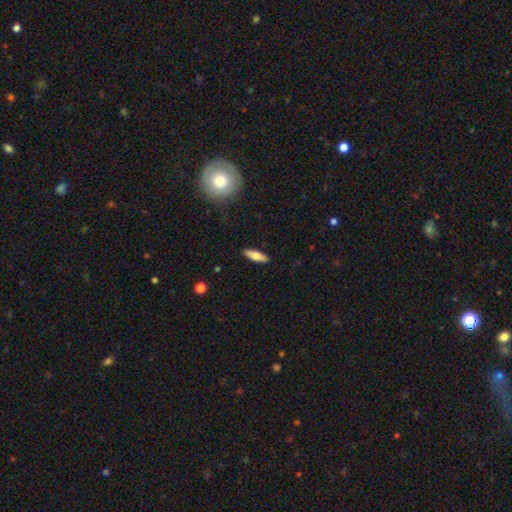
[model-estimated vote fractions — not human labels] Smooth or featured? Predicted: smooth (p=0.75). How rounded? Predicted: in between (p=0.52). Merging? Predicted: none (p=0.89).